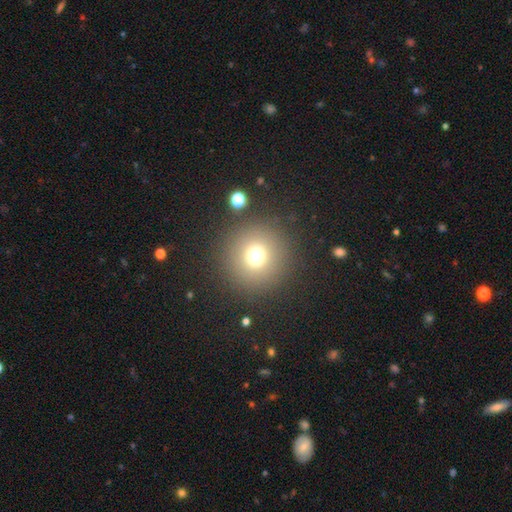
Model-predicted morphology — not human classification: A smooth galaxy with no disk features (73%) that is round (96%). Merging: none (87%).